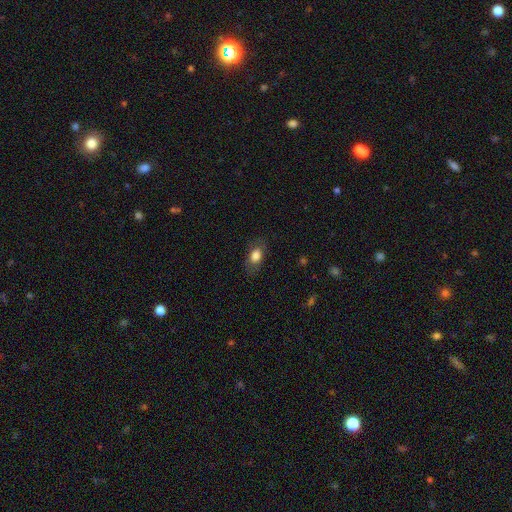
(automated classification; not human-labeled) smooth_or_featured: smooth (p=0.76) [alt: featured or disk p=0.16]
how_rounded: in between (p=0.85) [alt: round p=0.12]
merging: none (p=0.77) [alt: minor disturbance p=0.16]